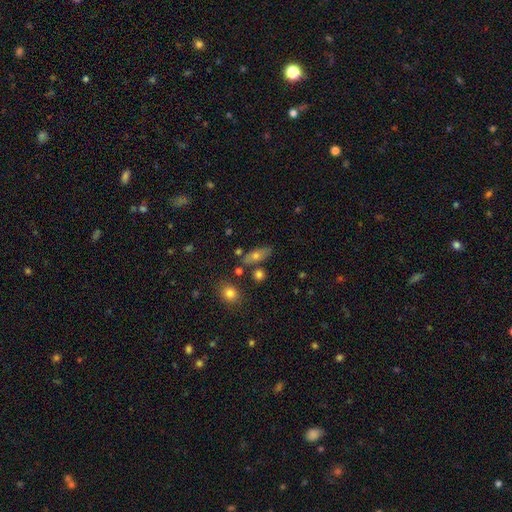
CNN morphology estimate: Q: Smooth or featured?
A: smooth (62%); runner-up: featured or disk (26%)
Q: How rounded?
A: in between (71%); runner-up: cigar-shaped (19%)
Q: Merging?
A: none (70%); runner-up: minor disturbance (15%)